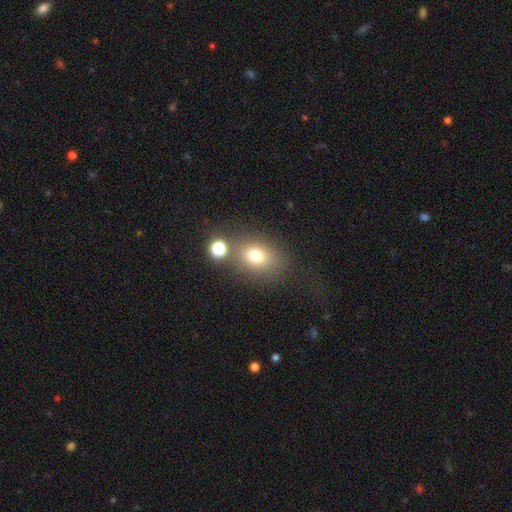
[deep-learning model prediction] Overall: smooth (74%). How rounded: in between (61%; round 38%). Merging: none (70%).